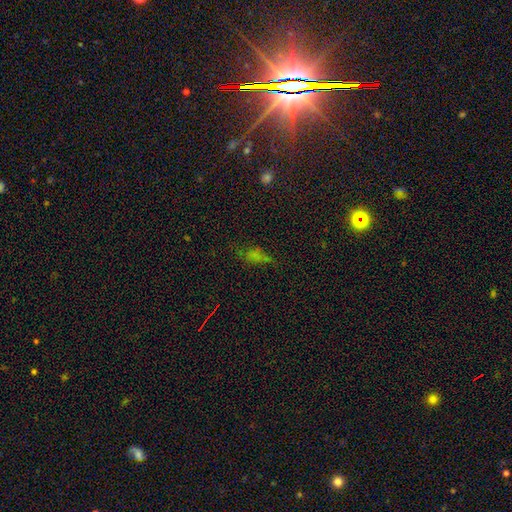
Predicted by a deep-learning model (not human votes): Overall: smooth (48%; star or artifact 36%). Merging: none (53%; minor disturbance 25%).